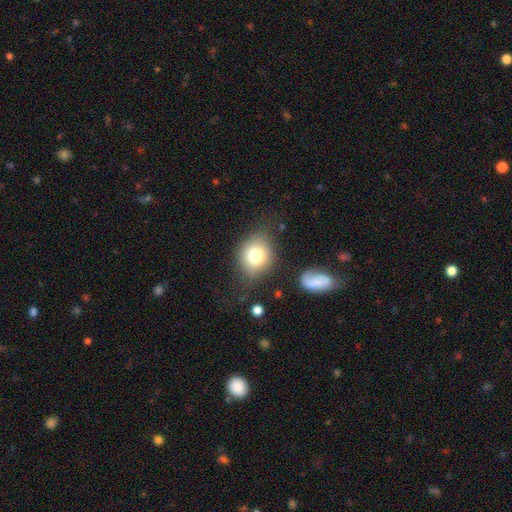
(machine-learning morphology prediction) smooth 77%, featured or disk 13%, star or artifact 10%. Down the decision tree: how rounded — round (66%); merging — none (71%).